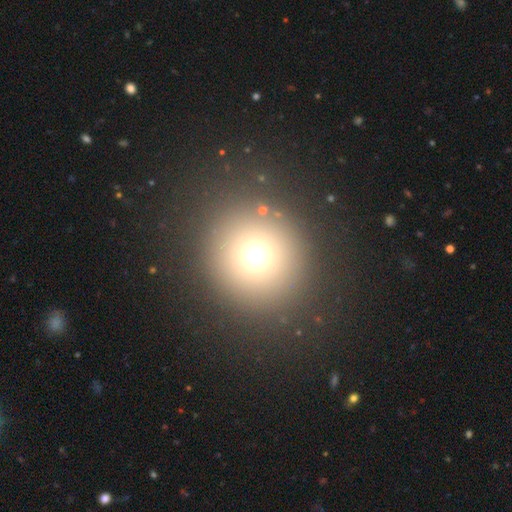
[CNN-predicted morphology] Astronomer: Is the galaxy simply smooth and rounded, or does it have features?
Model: smooth — 68%.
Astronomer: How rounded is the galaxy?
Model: round — 92%.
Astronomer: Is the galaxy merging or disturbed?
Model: none — 87%.